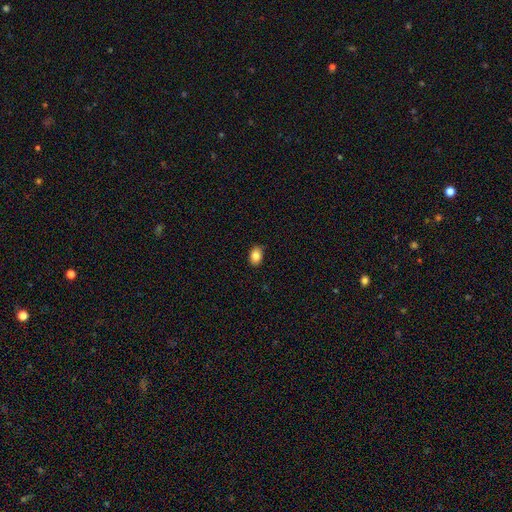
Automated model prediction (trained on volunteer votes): This appears to be a smooth galaxy with no disk features (85%) that is in between round and cigar-shaped (79%). Merging: none (87%).